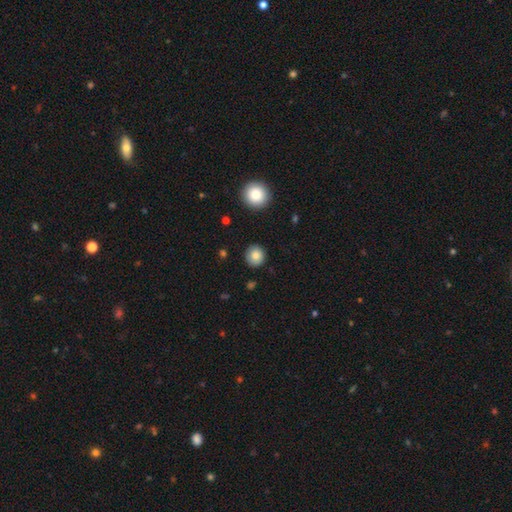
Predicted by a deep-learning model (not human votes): Smooth or featured? Predicted: smooth (p=0.84). How rounded? Predicted: round (p=0.91). Merging? Predicted: none (p=0.90).